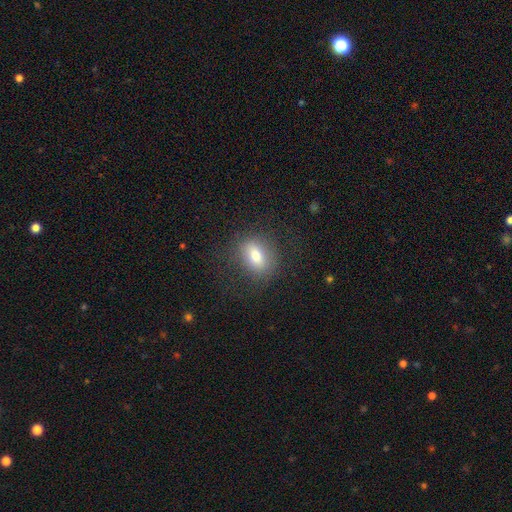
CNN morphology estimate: A smooth galaxy with no disk features (71%) that is in between round and cigar-shaped (66%).

Vote fractions:
- Smooth or featured? smooth: 71% / featured or disk: 19% / star or artifact: 10%
- How rounded? in between: 66% / round: 30% / cigar-shaped: 4%
- Merging? none: 80% / minor disturbance: 12% / major disturbance: 7% / merger: 1%